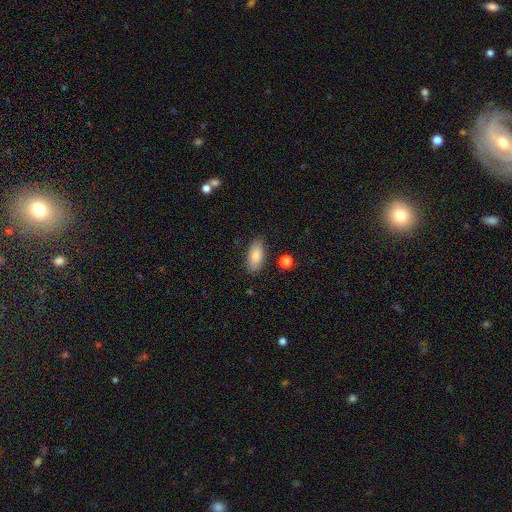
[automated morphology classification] A smooth galaxy with no disk features (83%) that is in between round and cigar-shaped (90%).

Vote fractions:
- Smooth or featured? smooth: 83% / featured or disk: 10% / star or artifact: 7%
- How rounded? in between: 90% / cigar-shaped: 7% / round: 3%
- Merging? none: 85% / minor disturbance: 11% / major disturbance: 2% / merger: 2%